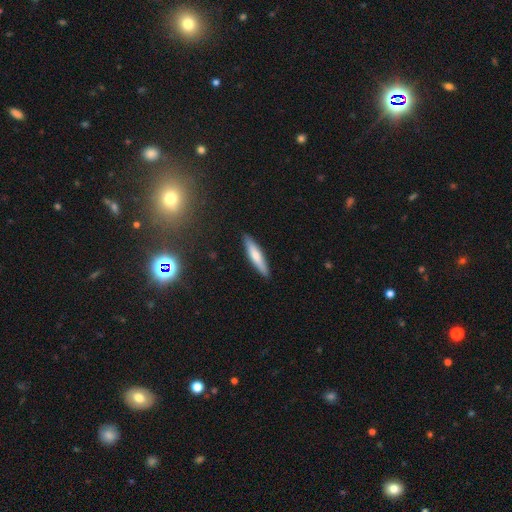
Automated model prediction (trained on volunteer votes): smooth-or-featured: smooth: 68% | featured or disk: 26% | star or artifact: 6%
  how-rounded: cigar-shaped: 85% | in between: 14% | round: 1%
  merging: none: 90% | minor disturbance: 8% | major disturbance: 1% | merger: 1%